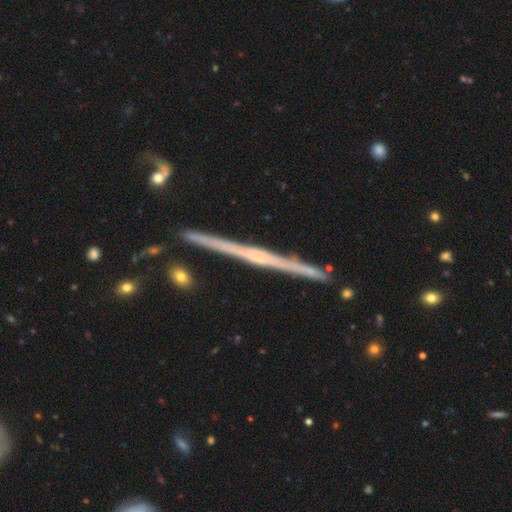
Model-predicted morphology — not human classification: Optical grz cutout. It shows a featured or disk galaxy (80%) viewed edge-on (98%) with no central bulge (54%). Merging: none (91%).